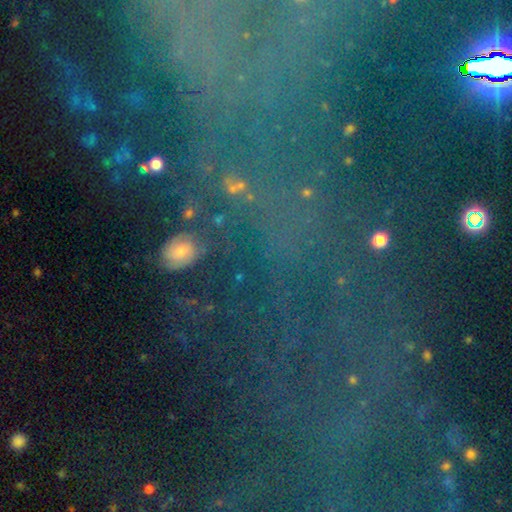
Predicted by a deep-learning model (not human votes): The model was most divided on "smooth or featured": star or artifact: 53%, smooth: 30%, featured or disk: 17%.